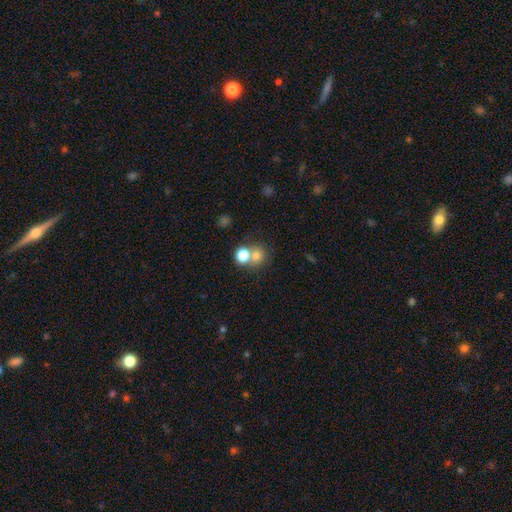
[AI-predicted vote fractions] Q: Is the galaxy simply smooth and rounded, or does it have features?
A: smooth — 75%.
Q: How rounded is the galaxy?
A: round — 81%.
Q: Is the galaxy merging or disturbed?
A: merger — 45%, tied with none.